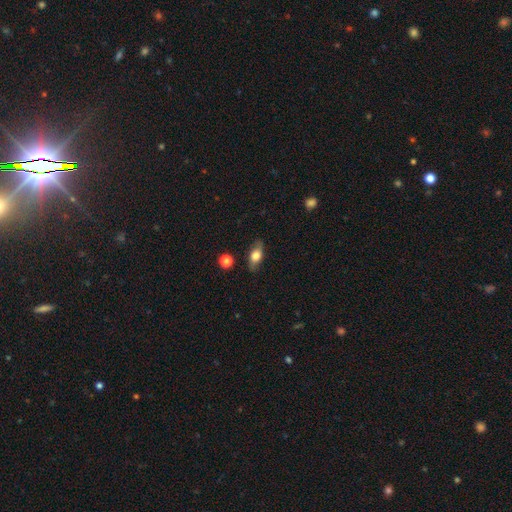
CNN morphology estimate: The model was most divided on "smooth or featured": smooth: 67%, featured or disk: 25%, star or artifact: 8%. More confident: merging — none (81%); how rounded — in between (78%).